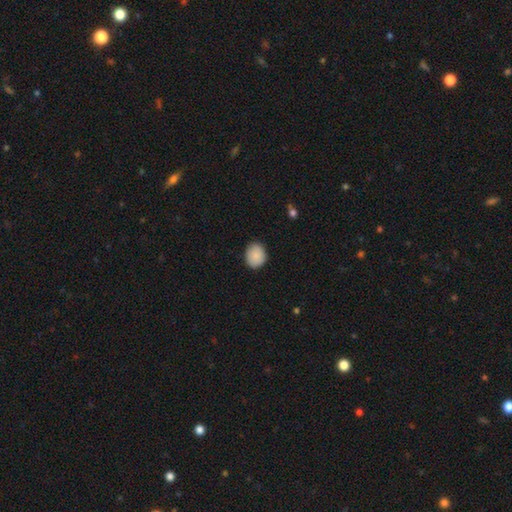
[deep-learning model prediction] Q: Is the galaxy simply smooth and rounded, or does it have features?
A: smooth — 88%.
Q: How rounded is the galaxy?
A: round — 64%.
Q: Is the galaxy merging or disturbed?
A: none — 86%.